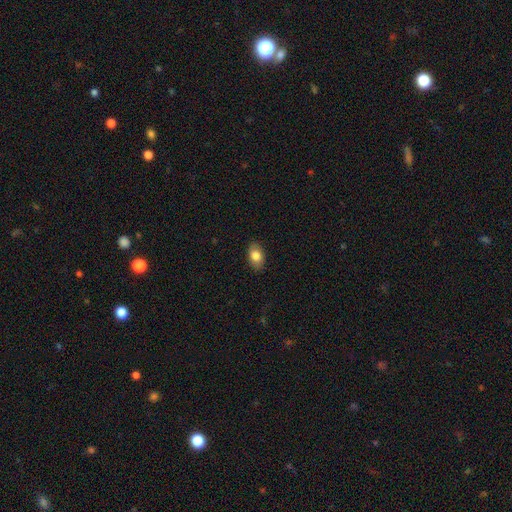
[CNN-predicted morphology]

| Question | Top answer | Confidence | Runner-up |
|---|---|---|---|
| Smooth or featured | smooth | 82% | featured or disk (11%) |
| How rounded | in between | 87% | round (11%) |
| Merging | none | 87% | minor disturbance (10%) |